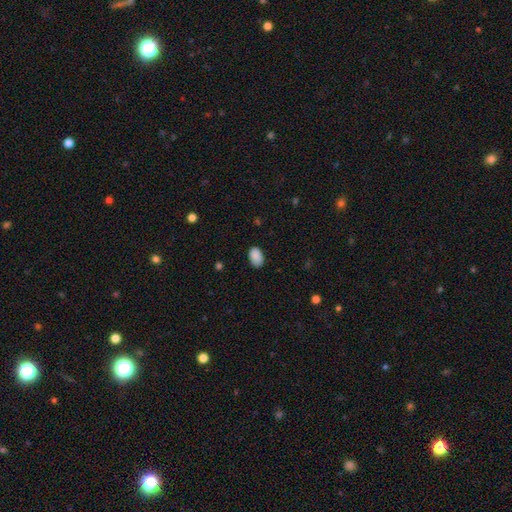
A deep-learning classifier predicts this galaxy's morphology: Smooth or featured?
  - smooth: 89% *
  - star or artifact: 8%
  - featured or disk: 4%
How rounded?
  - in between: 89% *
  - round: 10%
  - cigar-shaped: 1%
Merging?
  - none: 81% *
  - minor disturbance: 15%
  - major disturbance: 3%
  - merger: 1%